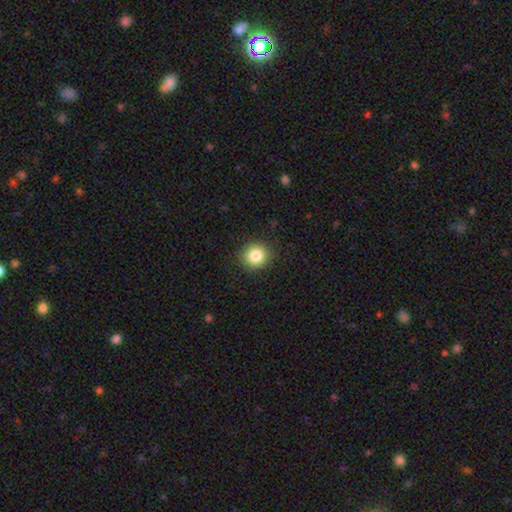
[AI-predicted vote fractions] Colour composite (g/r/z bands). It shows a smooth galaxy with no disk features (83%) that is round (89%). Merging: none (91%).